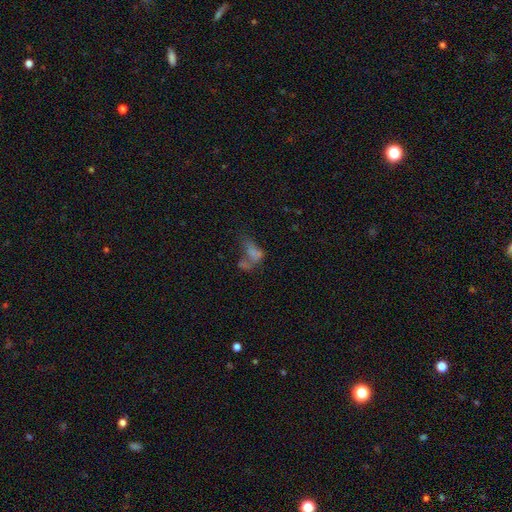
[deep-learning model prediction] Smooth or featured? Predicted: smooth (p=0.40). Merging? Predicted: merger (p=0.31).